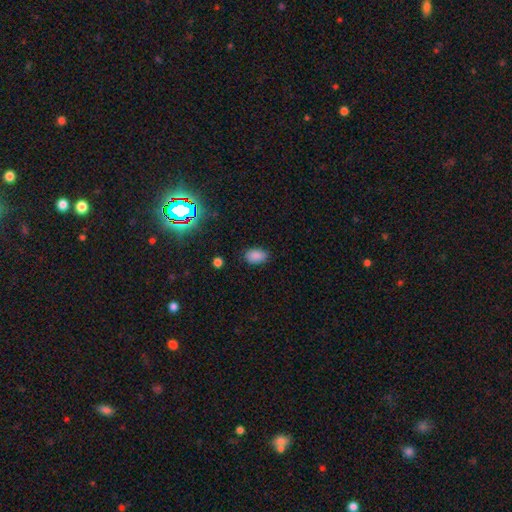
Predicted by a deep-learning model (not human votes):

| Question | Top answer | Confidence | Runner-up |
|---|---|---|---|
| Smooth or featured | smooth | 84% | star or artifact (12%) |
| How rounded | in between | 89% | round (10%) |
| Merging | none | 83% | minor disturbance (12%) |